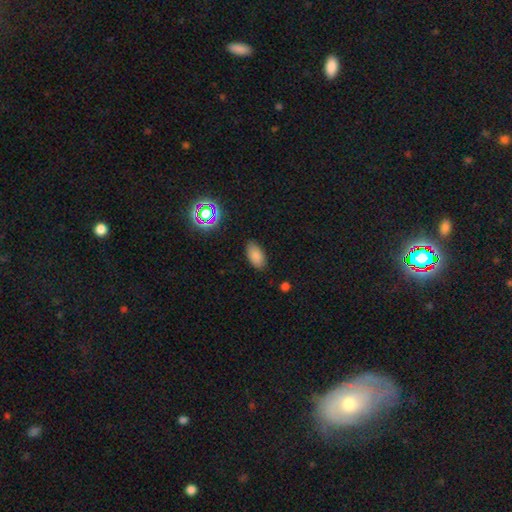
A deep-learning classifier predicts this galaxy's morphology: Smooth or featured? smooth (81%)
How rounded? in between (93%)
Merging? none (85%)